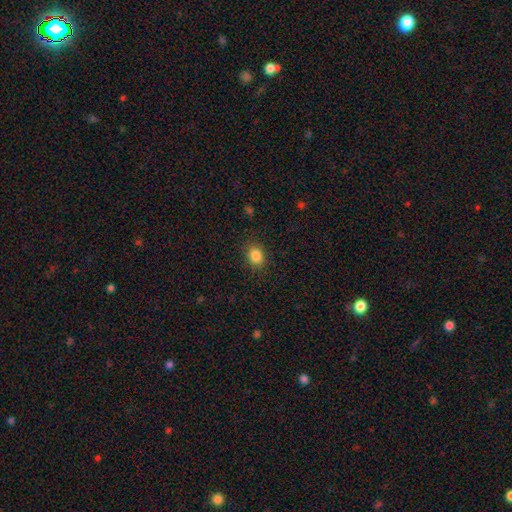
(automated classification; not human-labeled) smooth-or-featured: smooth: 85% | star or artifact: 10% | featured or disk: 5%
  how-rounded: in between: 56% | round: 43% | cigar-shaped: 1%
  merging: none: 85% | minor disturbance: 10% | major disturbance: 3% | merger: 1%